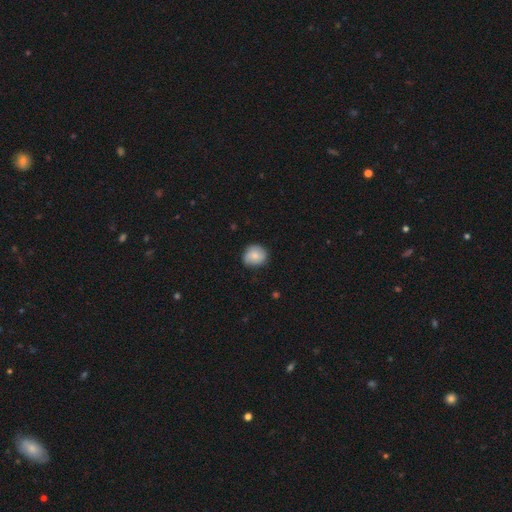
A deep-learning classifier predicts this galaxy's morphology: A smooth galaxy with no disk features (73%) that is round (78%). Merging: none (76%).